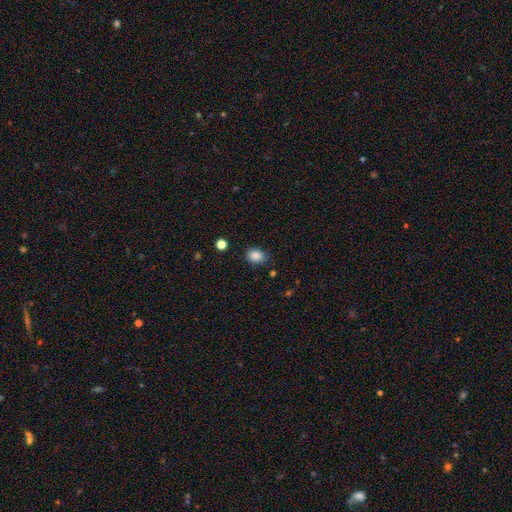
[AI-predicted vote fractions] smooth 87%, star or artifact 10%, featured or disk 4%. Down the decision tree: how rounded — in between (60%); merging — none (78%).